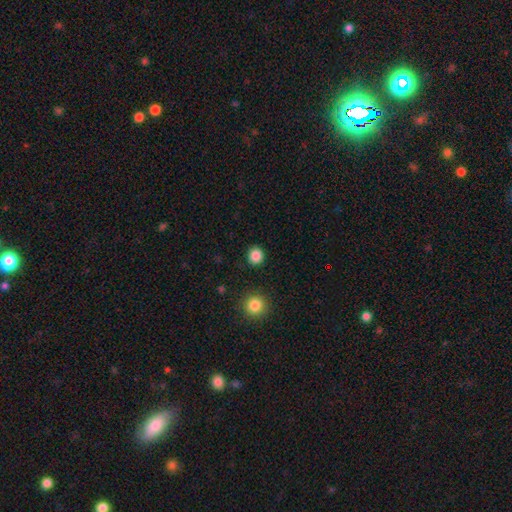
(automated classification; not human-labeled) Overall: smooth (85%). How rounded: round (90%). Merging: none (91%).